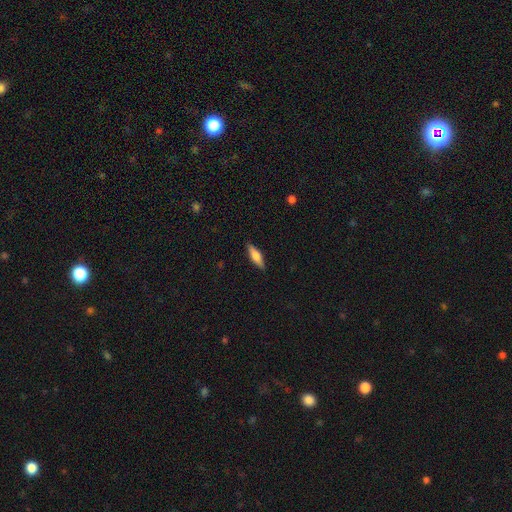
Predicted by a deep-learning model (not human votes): Smooth or featured? smooth (66%)
How rounded? cigar-shaped (55%)
Merging? none (88%)